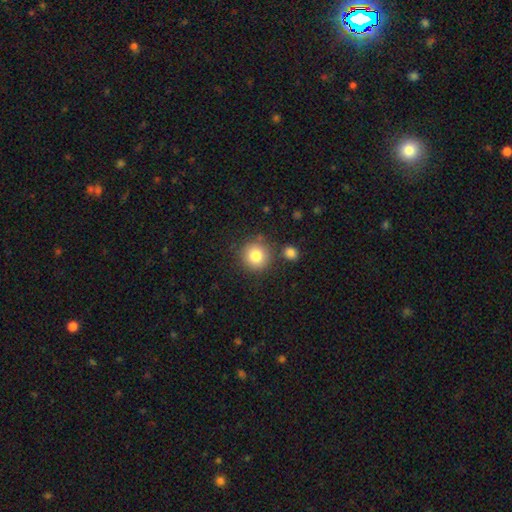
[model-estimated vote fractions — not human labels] Overall: smooth (82%). How rounded: round (93%). Merging: none (81%).